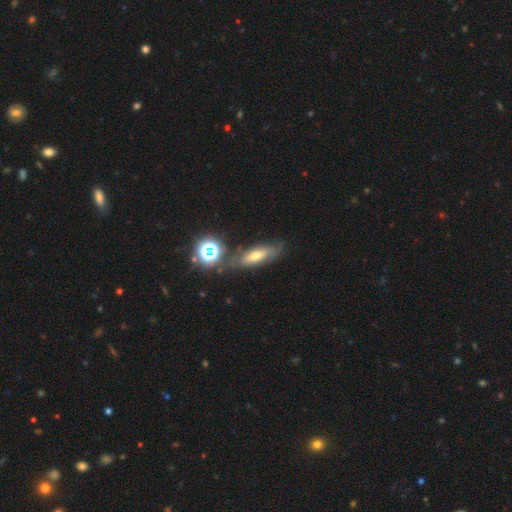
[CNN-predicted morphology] A smooth galaxy with no disk features (41%).

Vote fractions:
- Smooth or featured? smooth: 41% / featured or disk: 37% / star or artifact: 22%
- Merging? none: 71% / minor disturbance: 16% / merger: 8% / major disturbance: 6%